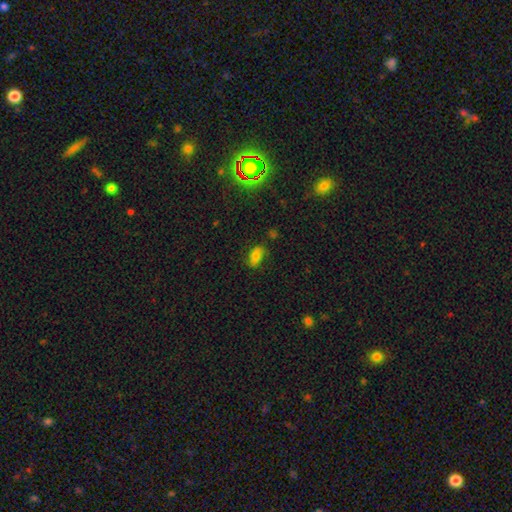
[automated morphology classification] smooth-or-featured: smooth: 68% | featured or disk: 17% | star or artifact: 15%
  how-rounded: in between: 89% | round: 6% | cigar-shaped: 5%
  merging: none: 69% | minor disturbance: 22% | major disturbance: 7% | merger: 2%